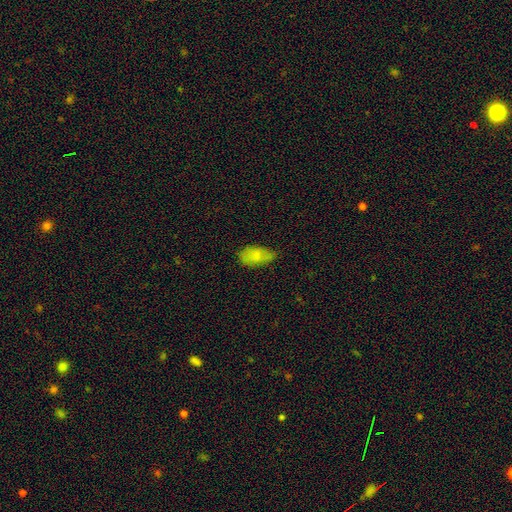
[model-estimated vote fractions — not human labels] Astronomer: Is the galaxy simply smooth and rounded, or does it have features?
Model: smooth — 79%.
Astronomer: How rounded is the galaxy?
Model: in between — 93%.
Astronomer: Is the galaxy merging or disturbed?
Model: none — 60%.